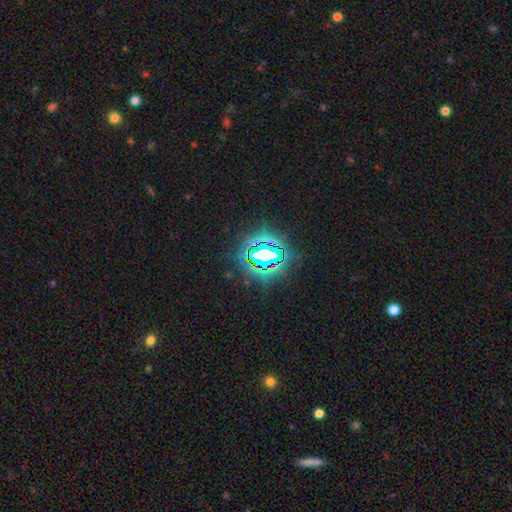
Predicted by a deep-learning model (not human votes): Smooth or featured? star or artifact (84%)